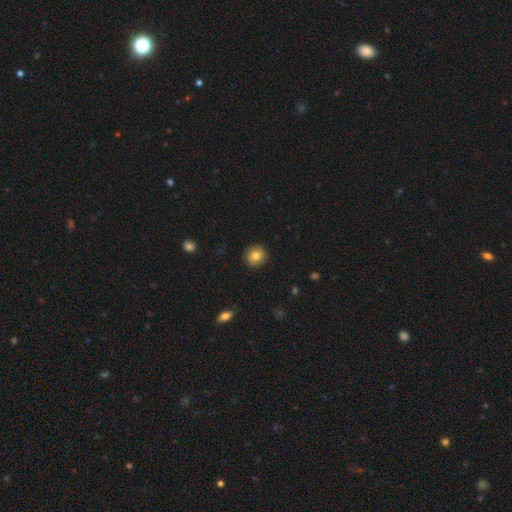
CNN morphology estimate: type=smooth (80%); roundness=round (91%); merging=none (91%).